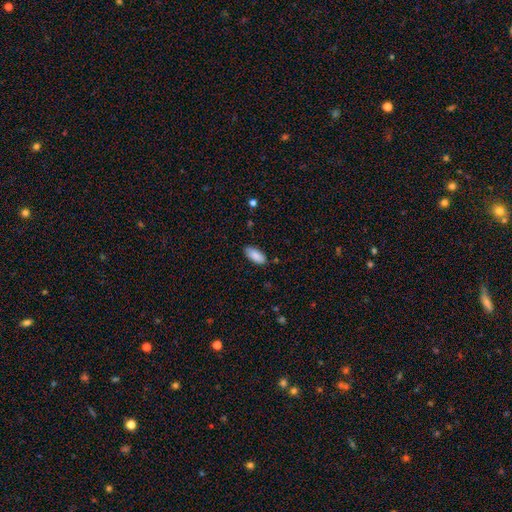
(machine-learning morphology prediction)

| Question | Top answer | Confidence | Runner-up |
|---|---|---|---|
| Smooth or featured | smooth | 89% | star or artifact (6%) |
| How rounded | in between | 90% | cigar-shaped (9%) |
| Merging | none | 86% | minor disturbance (11%) |